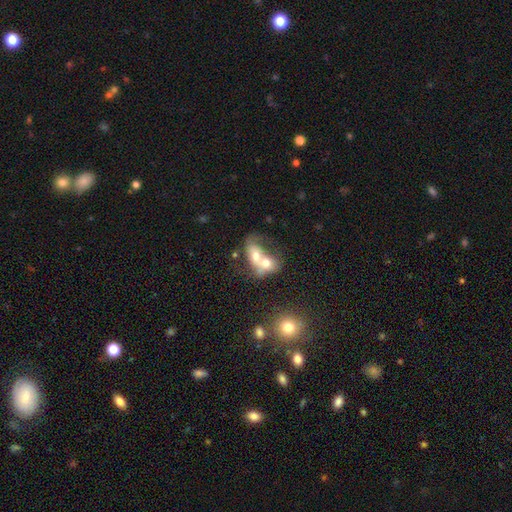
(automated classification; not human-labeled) Q: Smooth or featured?
A: smooth (59%); runner-up: featured or disk (32%)
Q: How rounded?
A: in between (74%); runner-up: round (23%)
Q: Merging?
A: merger (79%); runner-up: none (10%)